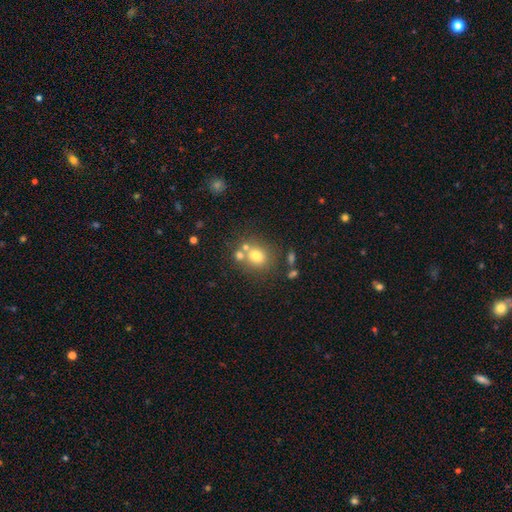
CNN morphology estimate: Q: Smooth or featured?
A: smooth (72%); runner-up: featured or disk (15%)
Q: How rounded?
A: round (71%); runner-up: in between (28%)
Q: Merging?
A: none (59%); runner-up: merger (25%)